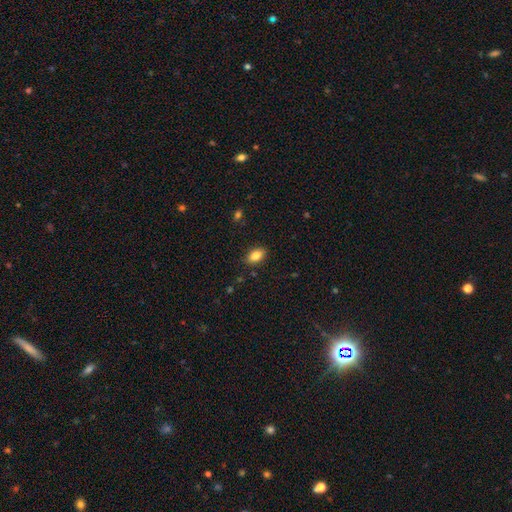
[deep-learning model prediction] Smooth or featured: smooth — 84% (star or artifact — 8%)
How rounded: in between — 89% (round — 7%)
Merging: none — 86% (minor disturbance — 10%)